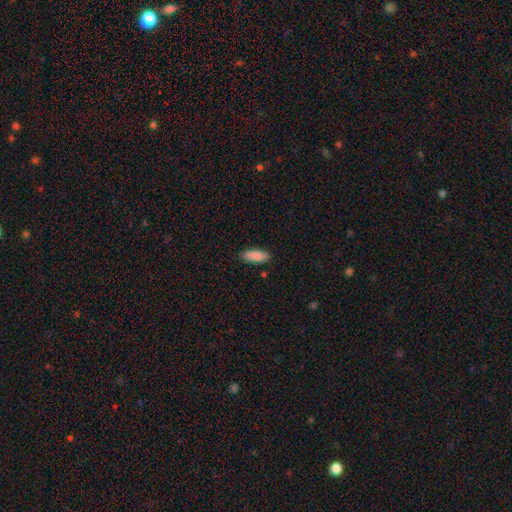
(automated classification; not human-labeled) Smooth or featured? smooth (88%)
How rounded? in between (65%)
Merging? none (87%)